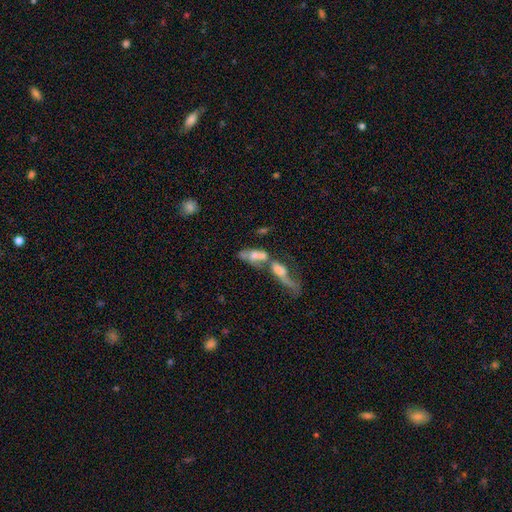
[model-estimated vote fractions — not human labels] smooth_or_featured: smooth (p=0.50) [alt: featured or disk p=0.39]
how_rounded: in between (p=0.69) [alt: cigar-shaped p=0.25]
merging: merger (p=0.72) [alt: major disturbance p=0.12]